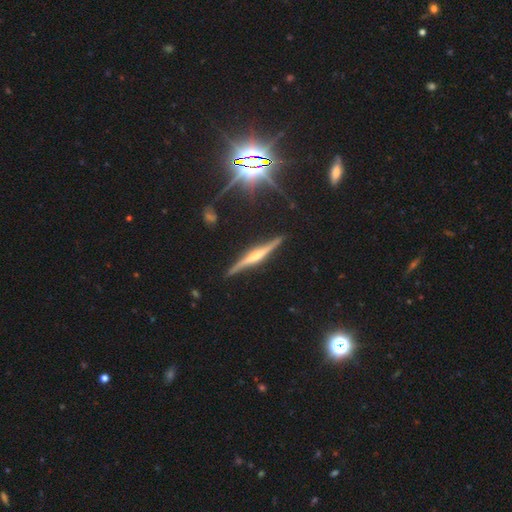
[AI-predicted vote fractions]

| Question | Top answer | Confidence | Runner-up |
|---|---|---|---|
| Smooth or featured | featured or disk | 74% | smooth (19%) |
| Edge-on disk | yes | 96% | no (4%) |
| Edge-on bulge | rounded | 57% | boxy (24%) |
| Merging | none | 85% | minor disturbance (11%) |